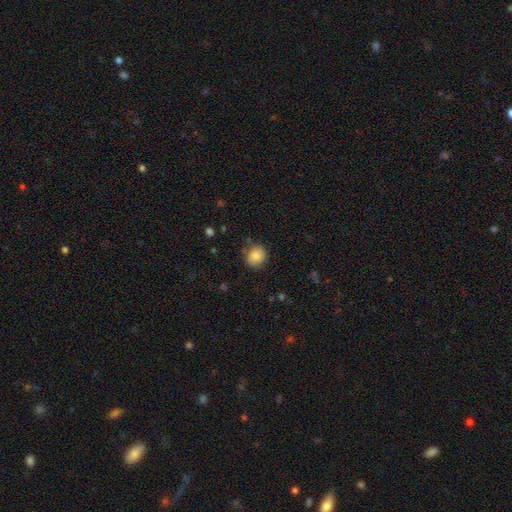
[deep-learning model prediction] smooth 84%, star or artifact 9%, featured or disk 8%. Down the decision tree: how rounded — round (74%); merging — none (81%).